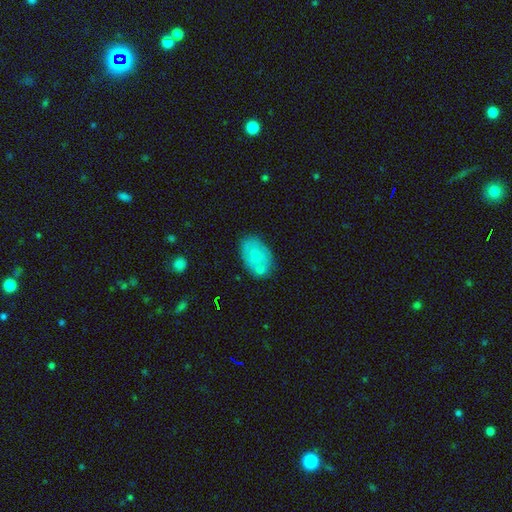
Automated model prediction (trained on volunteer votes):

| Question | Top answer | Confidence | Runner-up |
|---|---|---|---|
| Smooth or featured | smooth | 69% | featured or disk (23%) |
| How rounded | in between | 87% | round (11%) |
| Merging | none | 65% | minor disturbance (18%) |